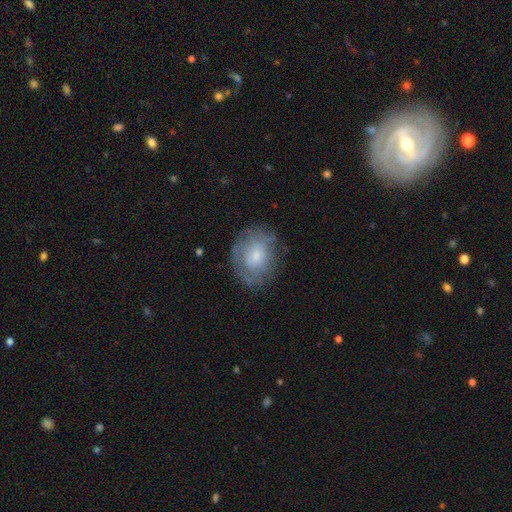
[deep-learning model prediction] Overall: smooth (49%; featured or disk 43%). Merging: none (68%).